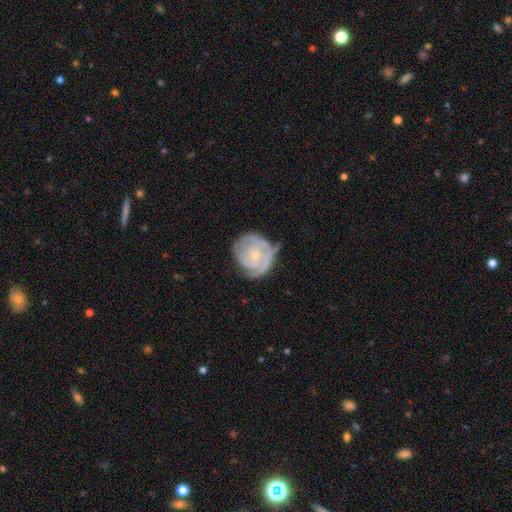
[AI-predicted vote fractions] smooth-or-featured: featured or disk: 79% | smooth: 16% | star or artifact: 5%
  disk-edge-on: no: 98% | yes: 2%
    bar: no: 75% | weak: 22% | strong: 4%
    has-spiral-arms: yes: 92% | no: 8%
      spiral-winding: tight: 70% | medium: 24% | loose: 6%
      spiral-arm-count: 2: 34% | can't tell: 25% | 3: 23% | 1: 10% | 4: 5% | more than 4: 4%
    bulge-size: small: 67% | moderate: 26% | none: 4% | large: 1% | dominant: 1%
  merging: none: 60% | minor disturbance: 27% | major disturbance: 11% | merger: 3%